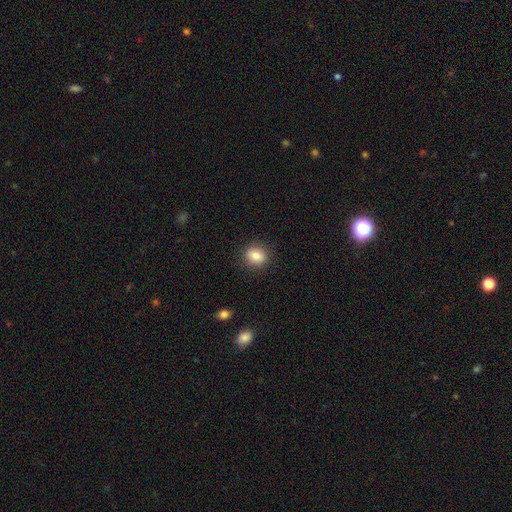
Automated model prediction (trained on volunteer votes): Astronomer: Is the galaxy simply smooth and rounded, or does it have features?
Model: smooth — 84%.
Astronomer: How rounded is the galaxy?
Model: round — 62%.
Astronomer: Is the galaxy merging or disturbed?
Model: none — 88%.